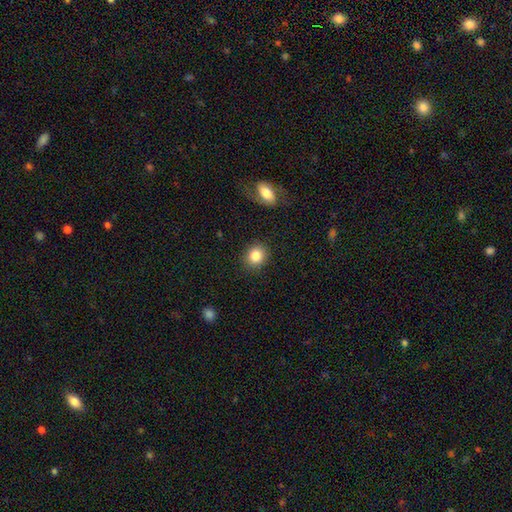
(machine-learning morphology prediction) type=smooth (85%); roundness=round (74%); merging=none (87%).